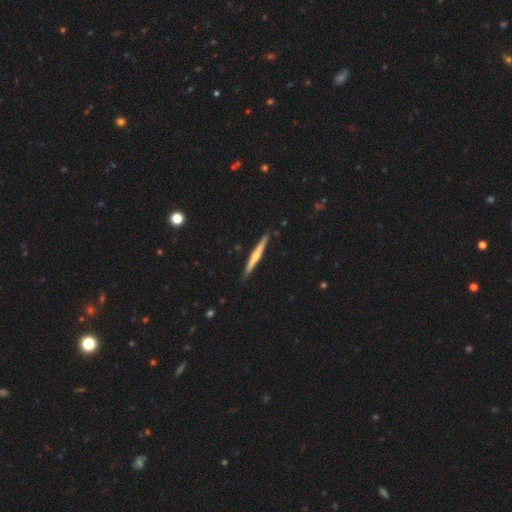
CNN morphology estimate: Smooth or featured: featured or disk — 56% (smooth — 39%)
Edge-on disk: yes — 97% (no — 3%)
Edge-on bulge: rounded — 63% (none — 31%)
Merging: none — 89% (minor disturbance — 8%)